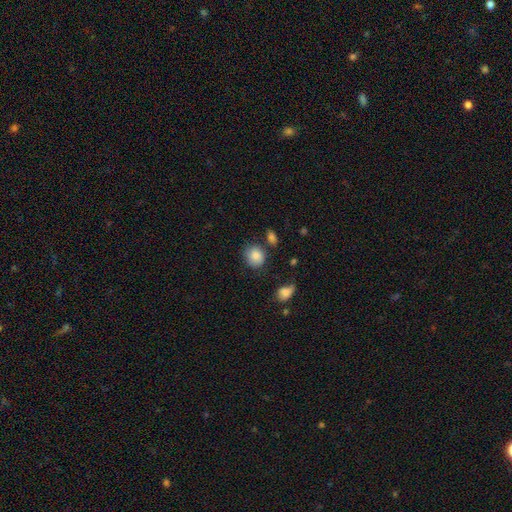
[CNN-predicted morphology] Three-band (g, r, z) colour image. It shows a smooth galaxy with no disk features (86%) that is round (75%). Merging: none (69%).